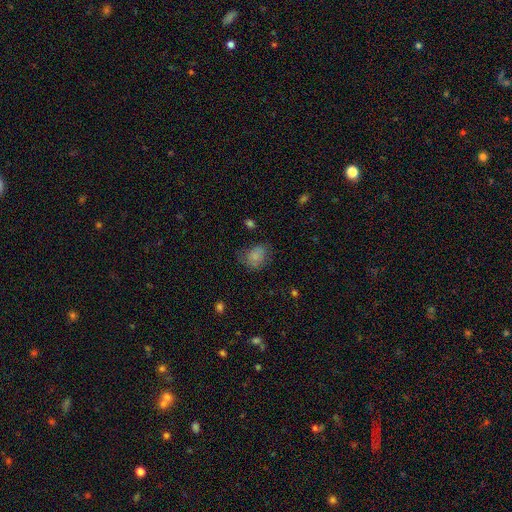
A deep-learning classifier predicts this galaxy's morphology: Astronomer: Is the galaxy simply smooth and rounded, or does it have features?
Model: smooth — 77%.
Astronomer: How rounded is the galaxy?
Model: in between — 58% (runner-up: round, 41%).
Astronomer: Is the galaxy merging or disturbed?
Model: none — 52% (runner-up: minor disturbance, 30%).